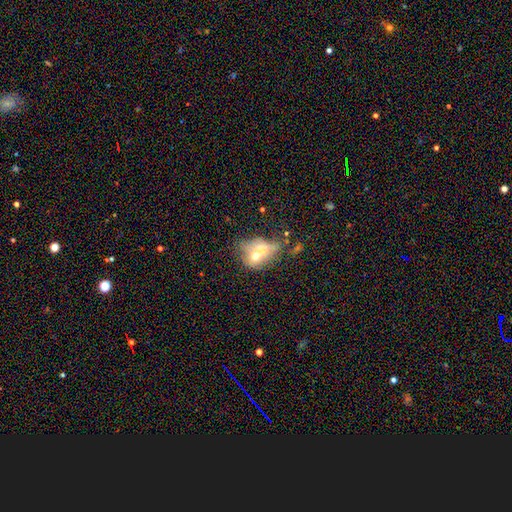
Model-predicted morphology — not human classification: This is possibly a smooth galaxy (54%). How rounded: possibly round (49%). Merging: possibly merger (51%).